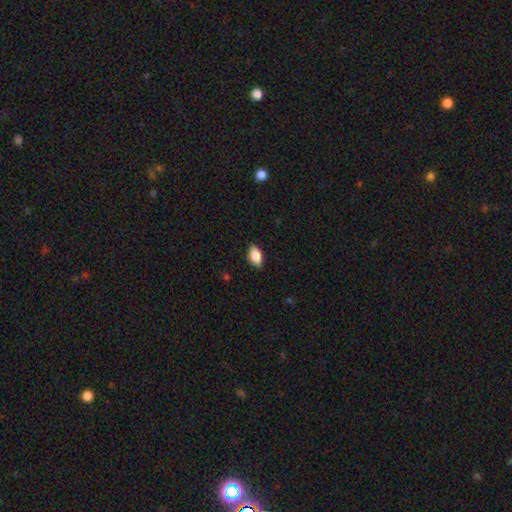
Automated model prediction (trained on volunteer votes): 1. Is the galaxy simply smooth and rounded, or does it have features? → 87% smooth, 7% star or artifact, 6% featured or disk.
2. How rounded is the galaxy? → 92% in between, 5% round, 3% cigar-shaped.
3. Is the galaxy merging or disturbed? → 86% none, 11% minor disturbance, 2% major disturbance, 1% merger.